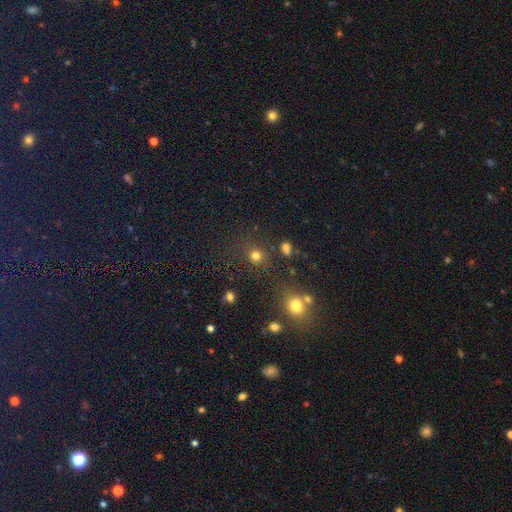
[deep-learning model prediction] smooth-or-featured: smooth: 75% | star or artifact: 19% | featured or disk: 6%
  how-rounded: round: 87% | in between: 12% | cigar-shaped: 1%
  merging: none: 78% | minor disturbance: 10% | merger: 7% | major disturbance: 5%